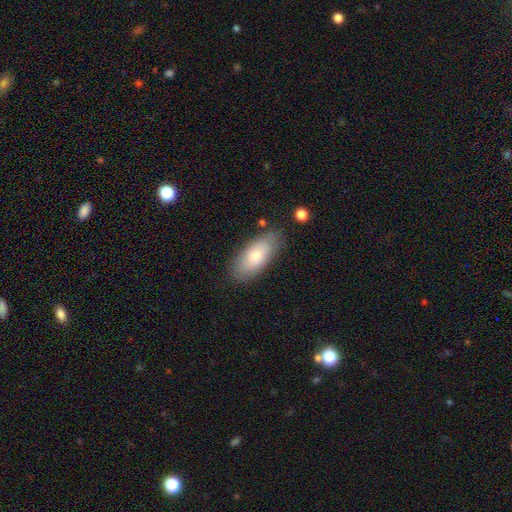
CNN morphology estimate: A smooth galaxy with no disk features (64%) that is in between round and cigar-shaped (89%). Merging: none (77%).